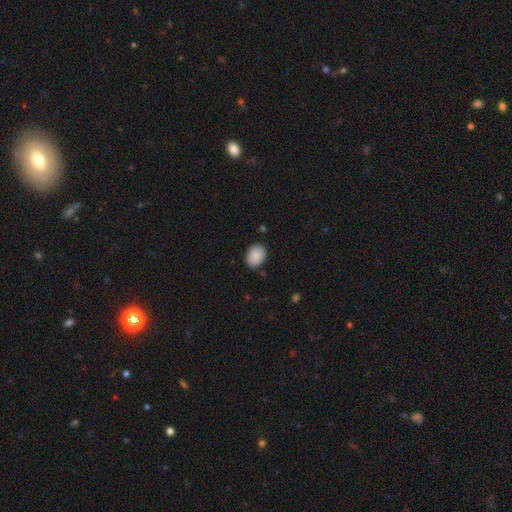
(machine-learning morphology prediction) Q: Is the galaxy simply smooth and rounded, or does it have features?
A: smooth — 90%.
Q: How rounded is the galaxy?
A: in between — 75%.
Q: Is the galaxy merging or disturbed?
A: none — 85%.